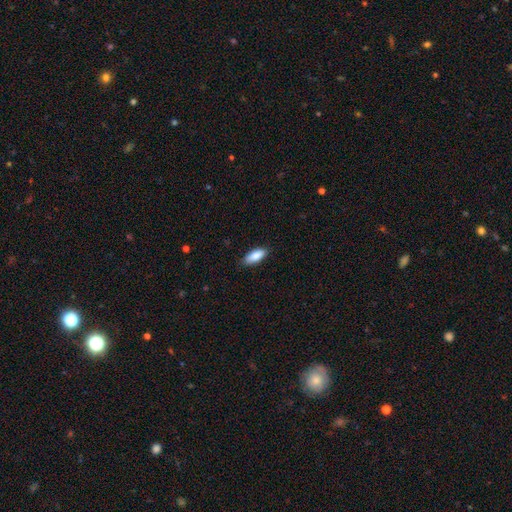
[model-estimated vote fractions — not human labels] Smooth or featured: smooth — 85% (featured or disk — 9%)
How rounded: in between — 78% (cigar-shaped — 20%)
Merging: none — 86% (minor disturbance — 11%)